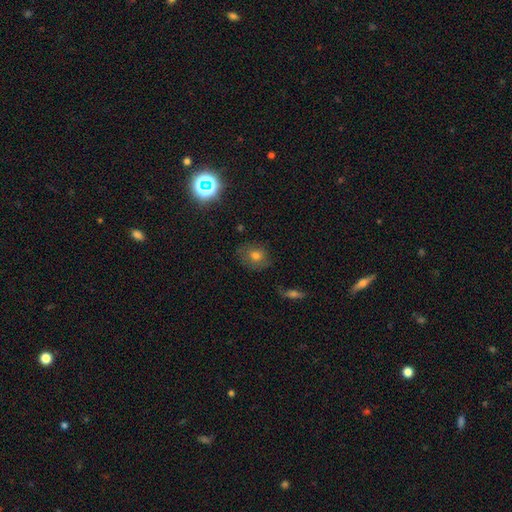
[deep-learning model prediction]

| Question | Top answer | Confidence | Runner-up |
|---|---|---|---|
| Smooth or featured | smooth | 64% | star or artifact (18%) |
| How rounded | round | 69% | in between (29%) |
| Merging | none | 74% | minor disturbance (18%) |